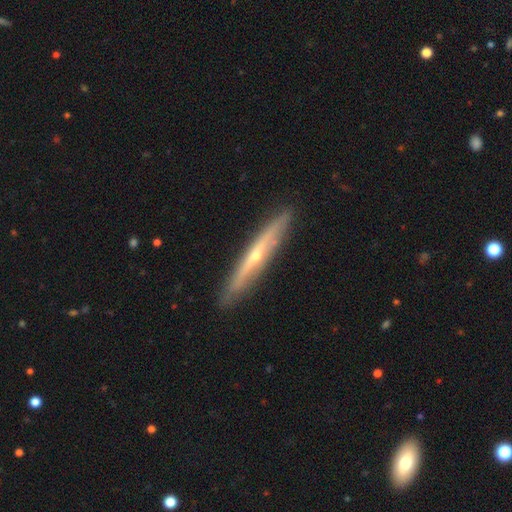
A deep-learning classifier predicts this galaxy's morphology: Smooth or featured: featured or disk — 74% (smooth — 20%)
Edge-on disk: yes — 92% (no — 8%)
Edge-on bulge: rounded — 77% (none — 20%)
Merging: none — 89% (minor disturbance — 8%)